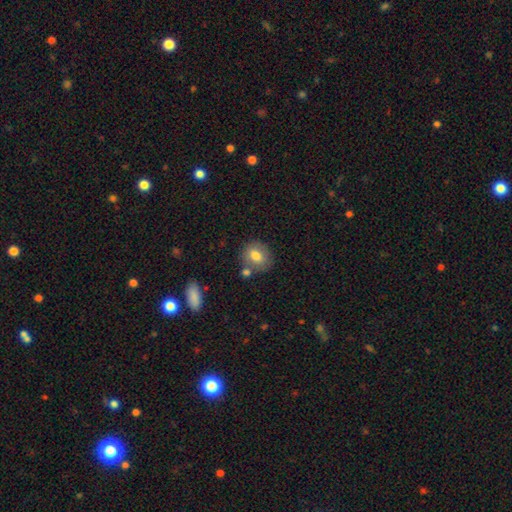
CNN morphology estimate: Smooth or featured?
  - smooth: 77% *
  - featured or disk: 14%
  - star or artifact: 9%
How rounded?
  - round: 67% *
  - in between: 31%
  - cigar-shaped: 1%
Merging?
  - none: 68% *
  - merger: 14%
  - minor disturbance: 14%
  - major disturbance: 4%